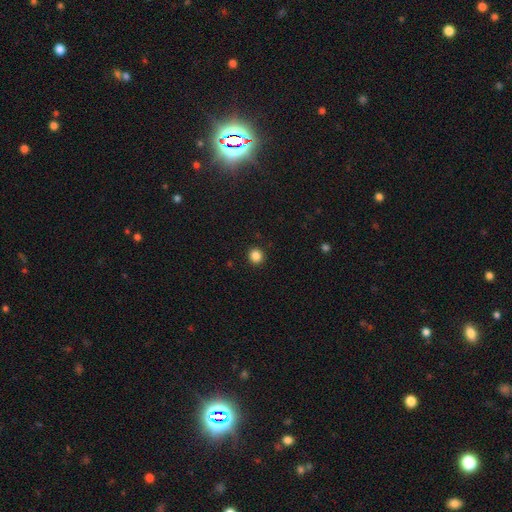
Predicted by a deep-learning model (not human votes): smooth 86%, star or artifact 11%, featured or disk 3%. Down the decision tree: how rounded — round (91%); merging — none (93%).